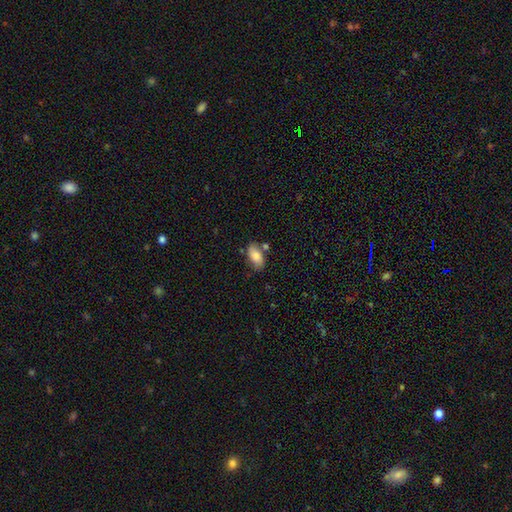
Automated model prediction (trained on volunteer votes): This is likely a smooth galaxy (79%). How rounded: clearly in between (91%). Merging: likely none (66%).